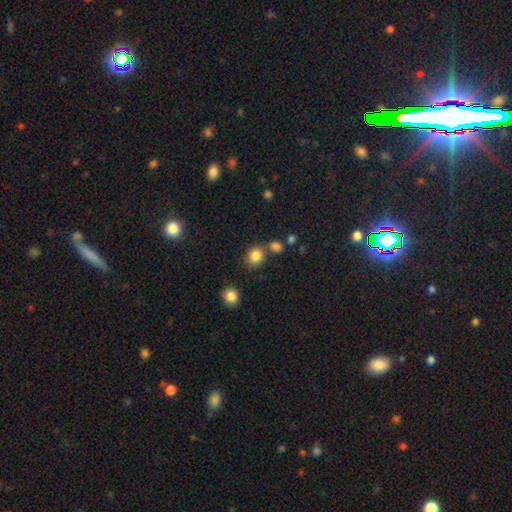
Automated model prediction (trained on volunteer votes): smooth 83%, star or artifact 12%, featured or disk 5%. Down the decision tree: how rounded — round (78%); merging — none (67%).